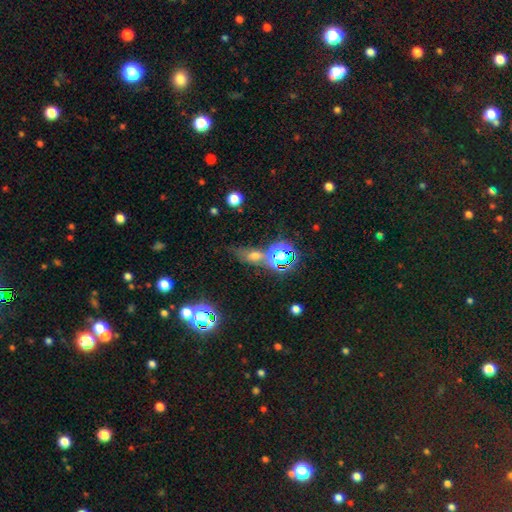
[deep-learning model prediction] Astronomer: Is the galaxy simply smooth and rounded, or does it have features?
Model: smooth — 46% (runner-up: star or artifact, 40%).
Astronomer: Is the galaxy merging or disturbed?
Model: none — 52%.